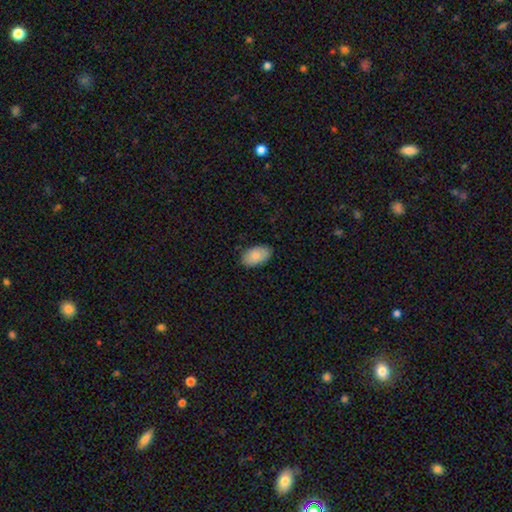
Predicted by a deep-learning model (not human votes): Q: Smooth or featured?
A: smooth (86%); runner-up: featured or disk (8%)
Q: How rounded?
A: in between (94%); runner-up: round (5%)
Q: Merging?
A: none (86%); runner-up: minor disturbance (11%)